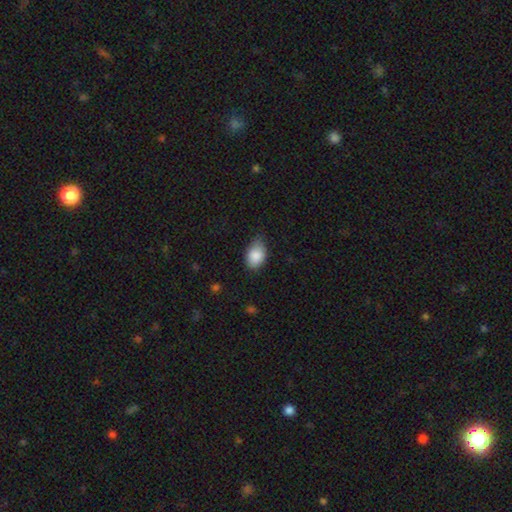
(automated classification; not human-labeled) Smooth or featured: smooth — 87% (star or artifact — 7%)
How rounded: in between — 86% (round — 13%)
Merging: none — 60% (minor disturbance — 33%)